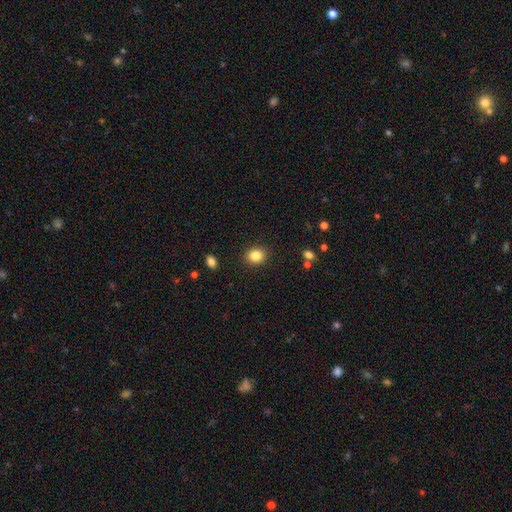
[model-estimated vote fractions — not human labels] Q: Smooth or featured?
A: smooth (84%); runner-up: star or artifact (10%)
Q: How rounded?
A: round (64%); runner-up: in between (35%)
Q: Merging?
A: none (90%); runner-up: minor disturbance (7%)